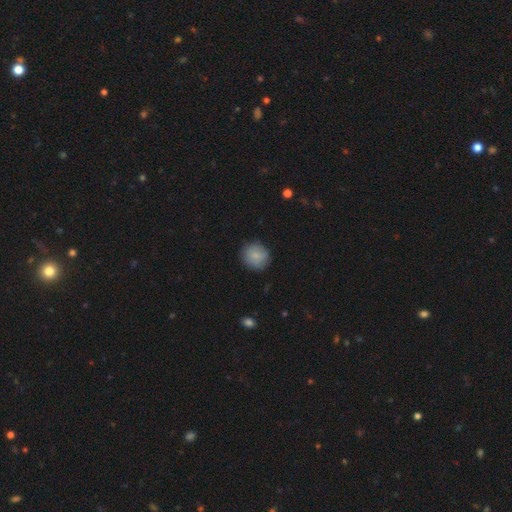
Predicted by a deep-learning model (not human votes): The model was most divided on "merging": none: 85%, minor disturbance: 12%, major disturbance: 3%, merger: 1%. More confident: how rounded — round (86%); smooth or featured — smooth (83%).